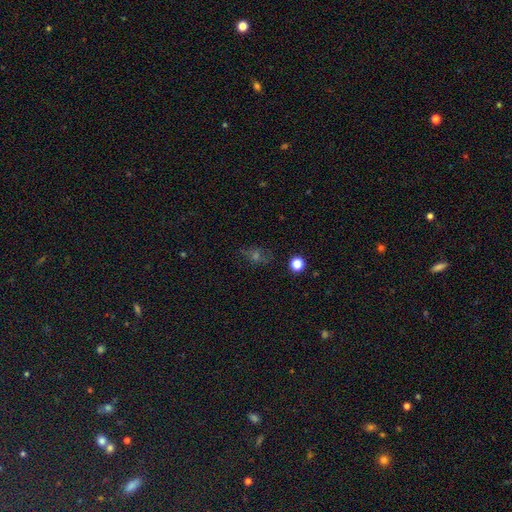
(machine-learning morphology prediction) Q: Smooth or featured?
A: star or artifact (39%); runner-up: smooth (35%)